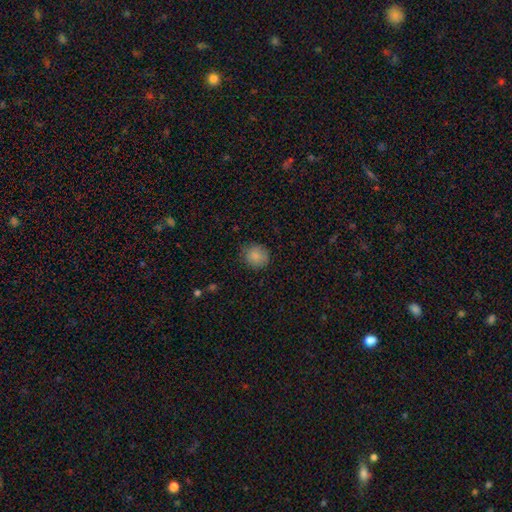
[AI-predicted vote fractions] Smooth or featured? Predicted: smooth (p=0.85). How rounded? Predicted: round (p=0.84). Merging? Predicted: none (p=0.83).